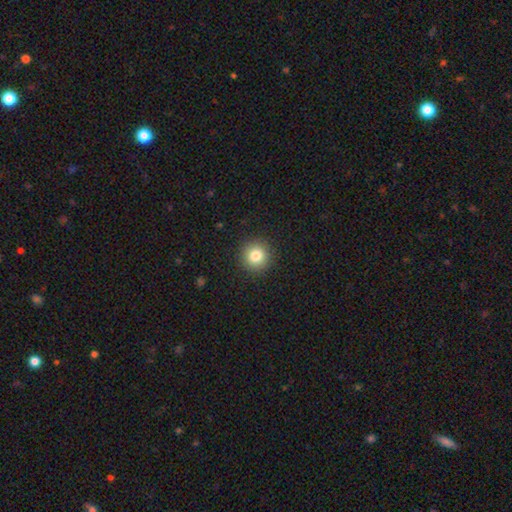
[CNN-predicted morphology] smooth-or-featured: smooth: 81% | star or artifact: 12% | featured or disk: 7%
  how-rounded: round: 94% | in between: 5% | cigar-shaped: 1%
  merging: none: 92% | minor disturbance: 5% | major disturbance: 2% | merger: 1%